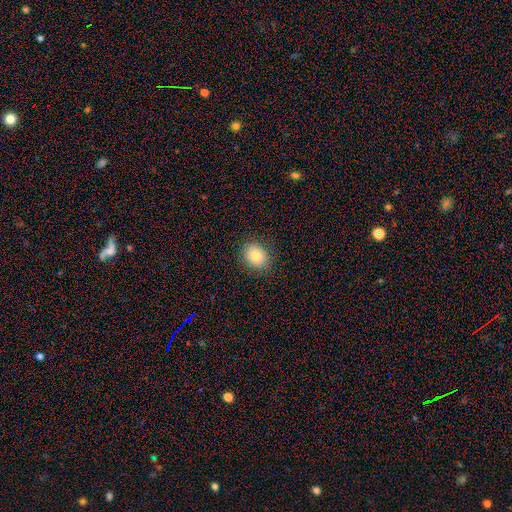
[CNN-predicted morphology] Overall: smooth (83%). How rounded: round (56%; in between 43%). Merging: none (87%).